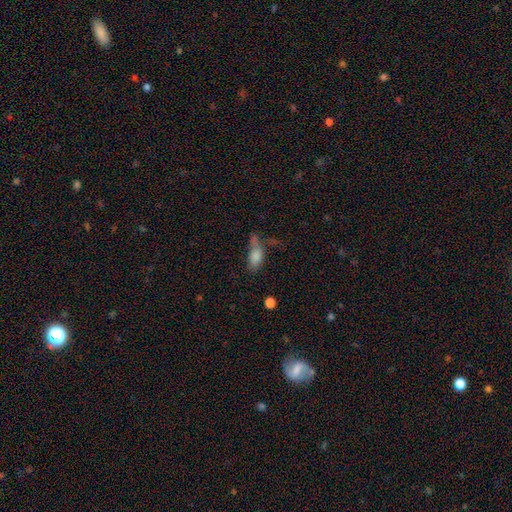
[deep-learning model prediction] Q: Smooth or featured?
A: smooth (75%); runner-up: featured or disk (14%)
Q: How rounded?
A: in between (80%); runner-up: cigar-shaped (13%)
Q: Merging?
A: merger (27%); runner-up: none (26%)